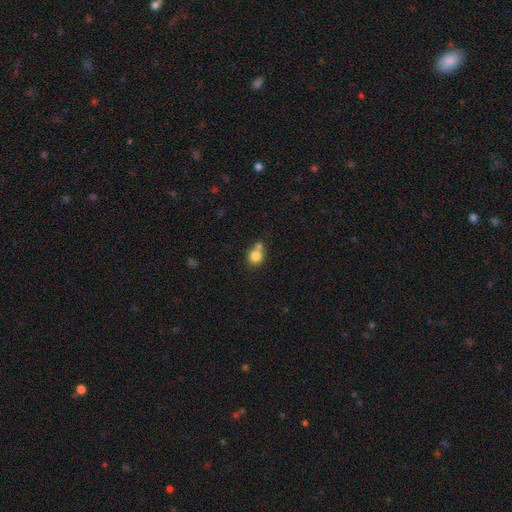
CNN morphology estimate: smooth 81%, star or artifact 10%, featured or disk 9%. Down the decision tree: how rounded — round (79%); merging — none (46%).